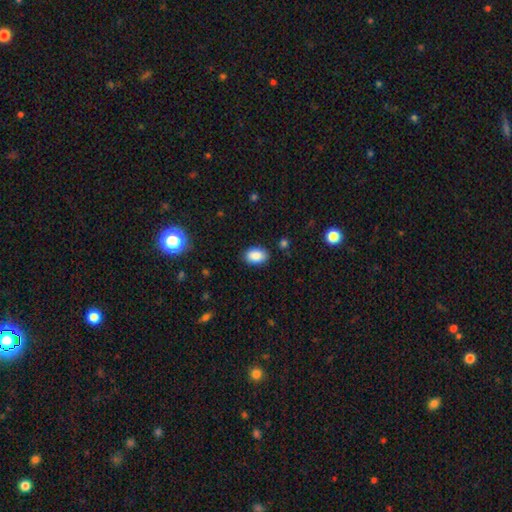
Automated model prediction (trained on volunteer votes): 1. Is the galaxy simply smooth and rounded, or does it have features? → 88% smooth, 8% star or artifact, 4% featured or disk.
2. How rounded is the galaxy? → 89% in between, 10% round, 1% cigar-shaped.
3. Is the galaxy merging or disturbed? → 86% none, 10% minor disturbance, 2% major disturbance, 1% merger.